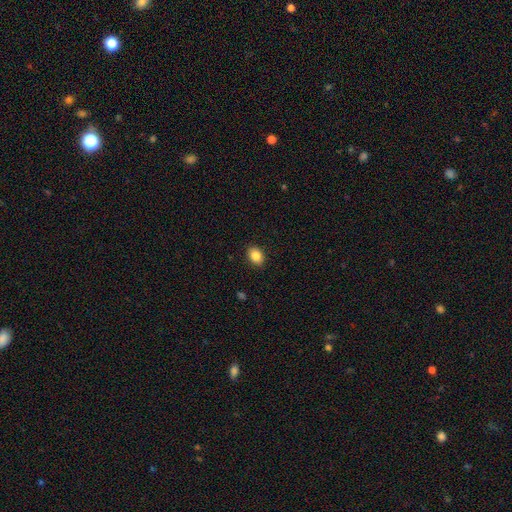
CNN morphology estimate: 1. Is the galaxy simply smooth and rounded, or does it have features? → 86% smooth, 9% star or artifact, 5% featured or disk.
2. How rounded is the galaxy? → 74% in between, 25% round, 1% cigar-shaped.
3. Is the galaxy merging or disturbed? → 90% none, 7% minor disturbance, 2% major disturbance, 1% merger.